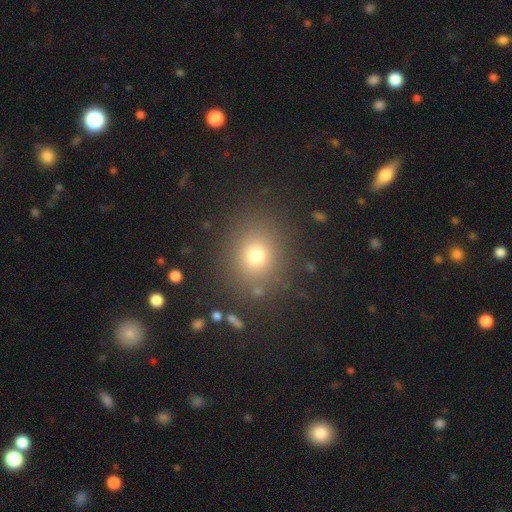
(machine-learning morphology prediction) Smooth or featured?
  - smooth: 74% *
  - star or artifact: 18%
  - featured or disk: 9%
How rounded?
  - round: 77% *
  - in between: 22%
  - cigar-shaped: 1%
Merging?
  - none: 86% *
  - minor disturbance: 8%
  - major disturbance: 4%
  - merger: 3%